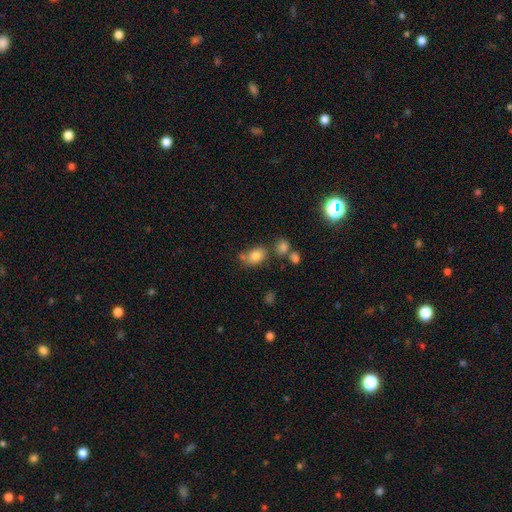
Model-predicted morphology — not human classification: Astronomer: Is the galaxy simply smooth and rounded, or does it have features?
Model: smooth — 80%.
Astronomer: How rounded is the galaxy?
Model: in between — 77%.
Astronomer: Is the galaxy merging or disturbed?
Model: none — 61%.